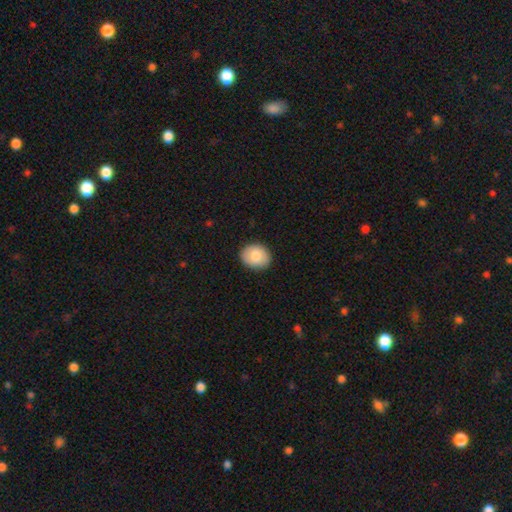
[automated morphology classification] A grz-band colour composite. It shows a smooth galaxy with no disk features (79%) that is round (57%). Merging: none (88%).